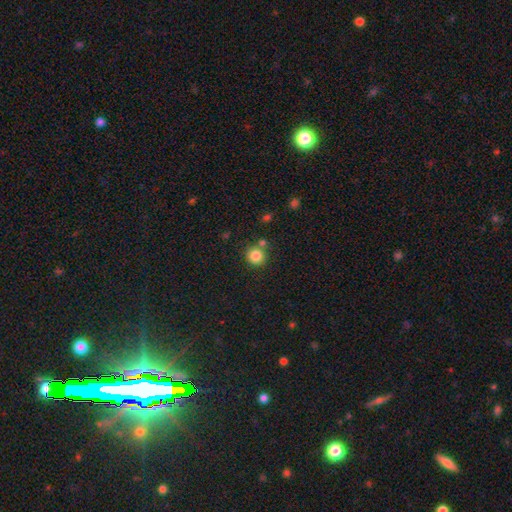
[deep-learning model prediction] Smooth or featured: smooth — 84% (star or artifact — 11%)
How rounded: round — 91% (in between — 8%)
Merging: none — 75% (merger — 13%)